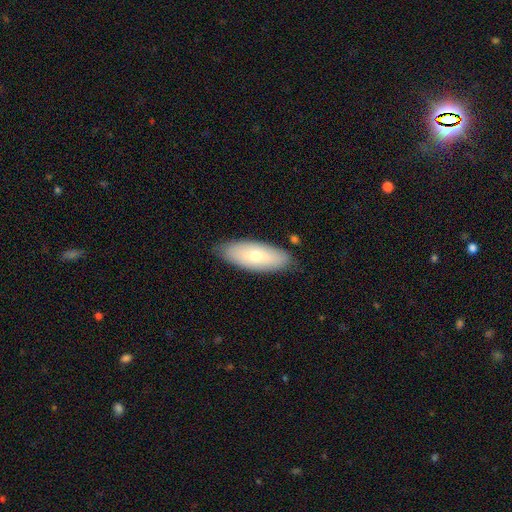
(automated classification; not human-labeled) Morphology: type=smooth (65%); roundness=in between (80%); merging=none (82%).